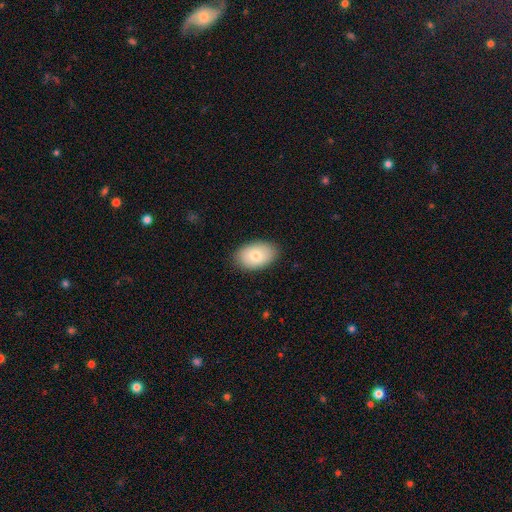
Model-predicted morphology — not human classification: Smooth or featured: smooth — 77% (featured or disk — 16%)
How rounded: in between — 89% (round — 9%)
Merging: none — 86% (minor disturbance — 10%)